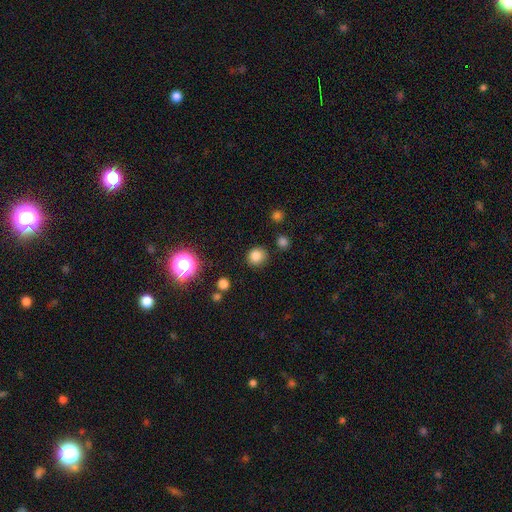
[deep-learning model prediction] This appears to be a smooth galaxy with no disk features (81%) that is round (86%). Merging: none (86%).